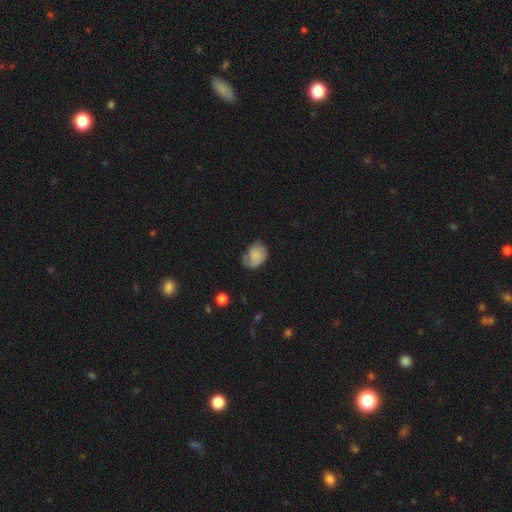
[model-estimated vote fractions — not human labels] Smooth or featured? smooth (67%)
How rounded? in between (64%)
Merging? none (43%)